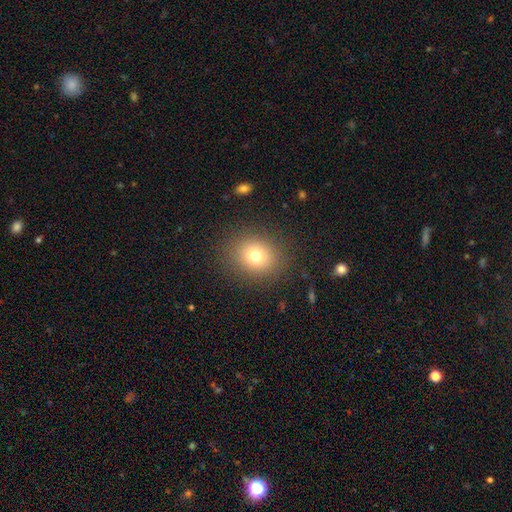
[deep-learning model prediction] Smooth or featured: smooth — 75% (star or artifact — 15%)
How rounded: round — 71% (in between — 28%)
Merging: none — 86% (minor disturbance — 8%)